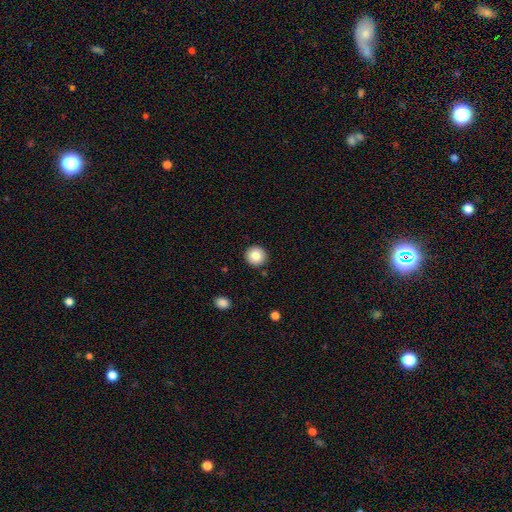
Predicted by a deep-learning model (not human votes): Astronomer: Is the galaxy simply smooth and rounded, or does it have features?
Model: smooth — 82%.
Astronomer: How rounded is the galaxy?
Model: round — 94%.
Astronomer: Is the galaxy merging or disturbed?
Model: none — 91%.